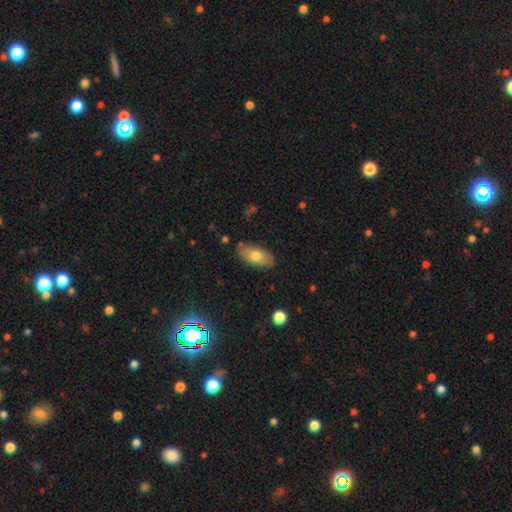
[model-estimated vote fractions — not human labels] Smooth or featured? Predicted: smooth (p=0.72). How rounded? Predicted: in between (p=0.91). Merging? Predicted: none (p=0.84).